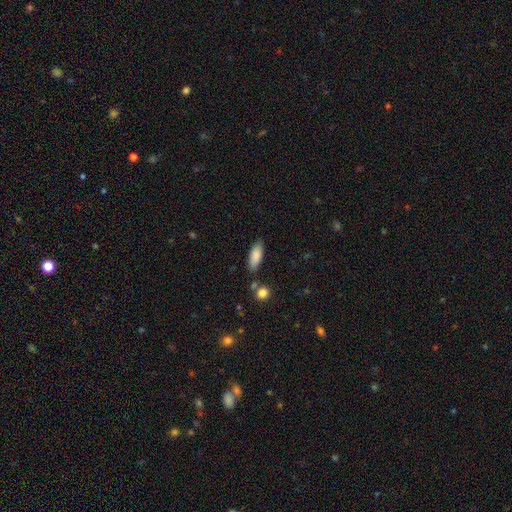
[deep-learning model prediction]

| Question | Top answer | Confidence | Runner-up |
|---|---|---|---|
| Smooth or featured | smooth | 85% | featured or disk (9%) |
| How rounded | in between | 70% | cigar-shaped (28%) |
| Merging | none | 78% | minor disturbance (14%) |